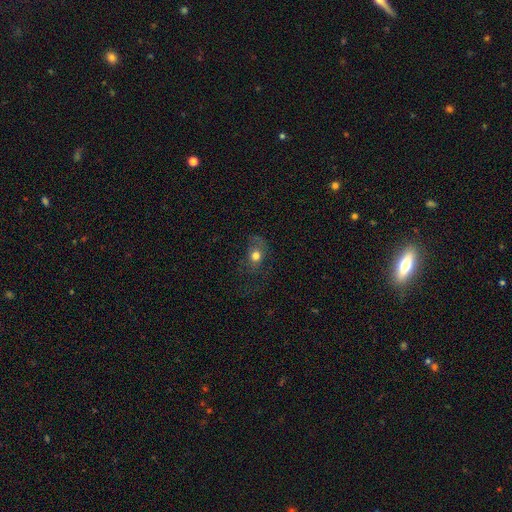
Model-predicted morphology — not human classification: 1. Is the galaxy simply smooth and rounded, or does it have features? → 67% smooth, 19% featured or disk, 14% star or artifact.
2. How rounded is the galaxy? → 54% round, 45% in between, 2% cigar-shaped.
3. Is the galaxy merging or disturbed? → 51% none, 25% major disturbance, 23% minor disturbance, 2% merger.